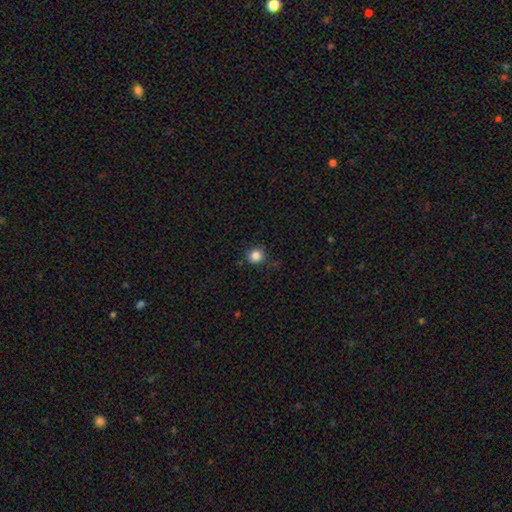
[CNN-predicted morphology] Smooth or featured: smooth — 85% (star or artifact — 11%)
How rounded: round — 91% (in between — 8%)
Merging: none — 82% (minor disturbance — 13%)